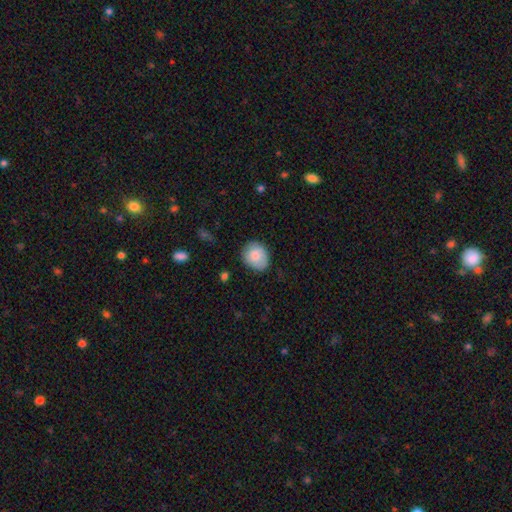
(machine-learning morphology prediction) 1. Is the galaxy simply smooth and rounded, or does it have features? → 83% smooth, 10% featured or disk, 7% star or artifact.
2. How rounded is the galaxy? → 62% round, 37% in between, 1% cigar-shaped.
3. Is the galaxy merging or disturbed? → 77% none, 19% minor disturbance, 3% major disturbance, 1% merger.